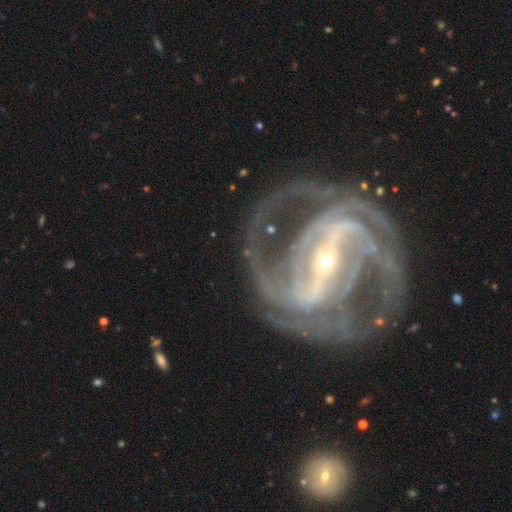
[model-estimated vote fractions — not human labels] This appears to be a featured or disk galaxy (92%) with a strong bar (79%), 2 (43%) medium (49%) spiral arms (97%) and a small central bulge (84%). Merging: none (71%).